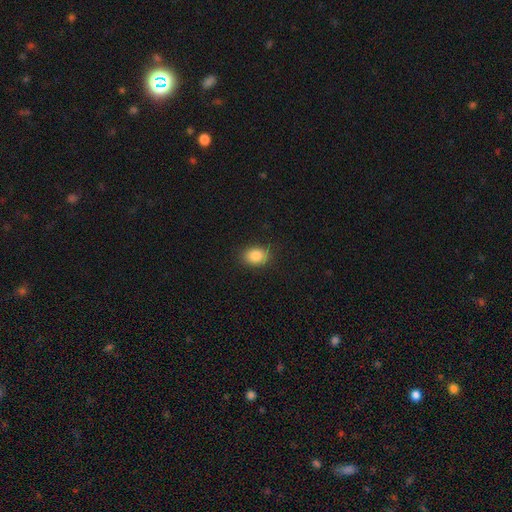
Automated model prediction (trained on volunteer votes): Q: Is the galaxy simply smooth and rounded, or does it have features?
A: smooth — 87%.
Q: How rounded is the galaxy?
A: in between — 70%.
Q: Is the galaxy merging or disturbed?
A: none — 85%.